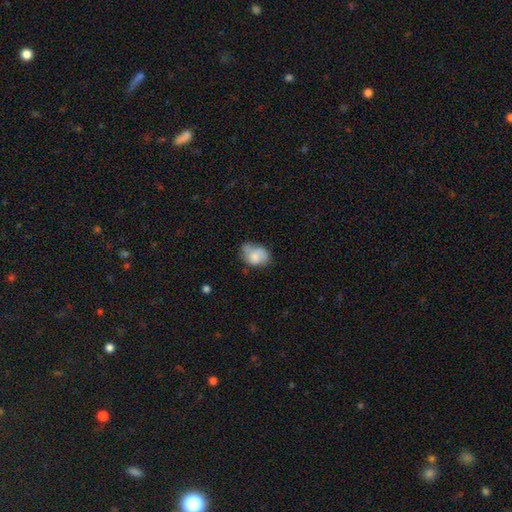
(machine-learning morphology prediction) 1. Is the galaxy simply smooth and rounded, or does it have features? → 72% smooth, 20% featured or disk, 8% star or artifact.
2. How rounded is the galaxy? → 69% in between, 30% round, 1% cigar-shaped.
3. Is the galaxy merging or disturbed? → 37% minor disturbance, 36% none, 16% major disturbance, 11% merger.